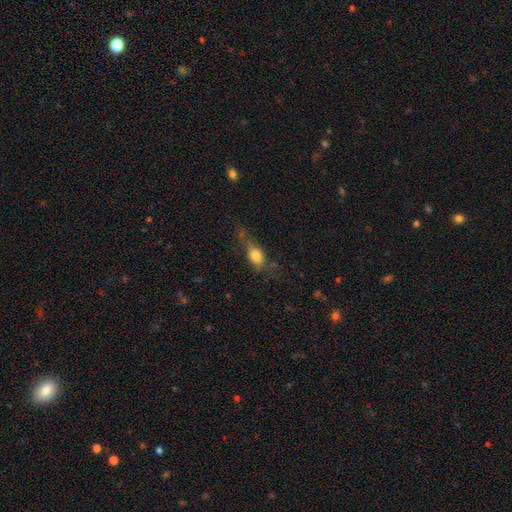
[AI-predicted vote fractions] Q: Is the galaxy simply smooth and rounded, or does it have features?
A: smooth — 71%.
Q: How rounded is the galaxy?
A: in between — 74%.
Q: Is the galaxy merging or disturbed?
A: none — 37%.